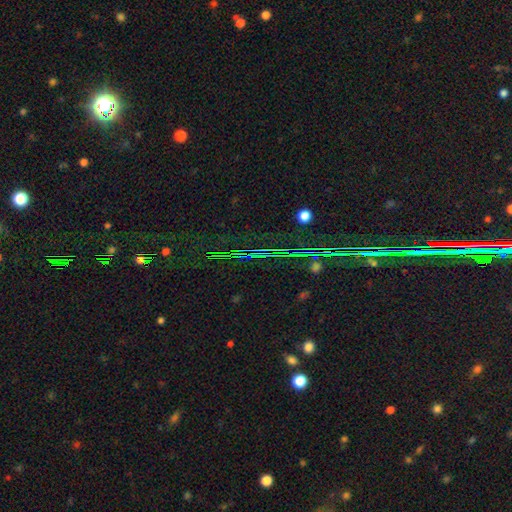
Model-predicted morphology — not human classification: Overall: star or artifact (79%).